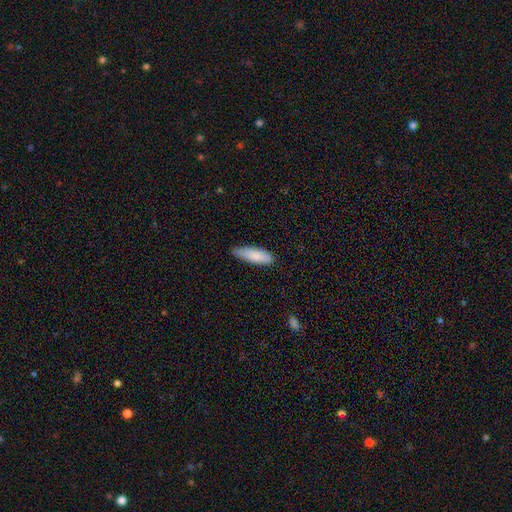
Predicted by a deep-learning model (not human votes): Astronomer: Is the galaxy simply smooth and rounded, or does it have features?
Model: smooth — 86%.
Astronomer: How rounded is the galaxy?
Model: in between — 50% (runner-up: cigar-shaped, 49%).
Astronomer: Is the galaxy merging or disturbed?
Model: none — 73%.